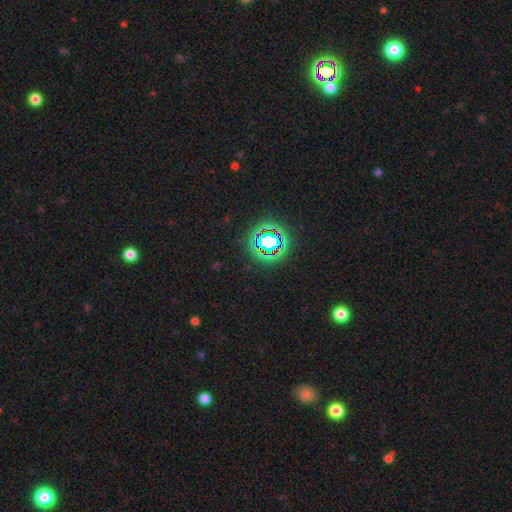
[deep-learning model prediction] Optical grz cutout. It shows a star or artifact, not a galaxy (76%).